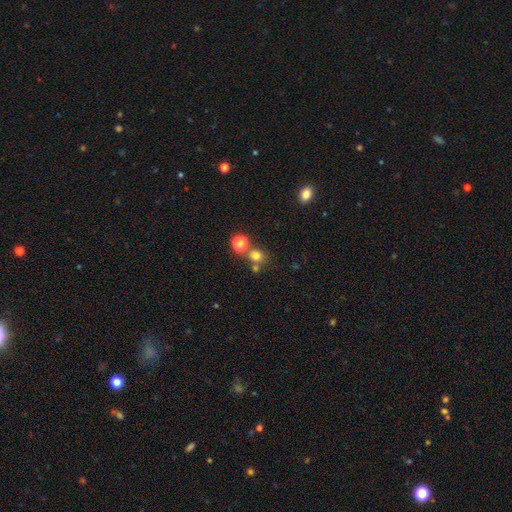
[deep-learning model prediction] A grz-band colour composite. It shows a smooth galaxy with no disk features (74%) that is round (82%). Merging: none (63%).